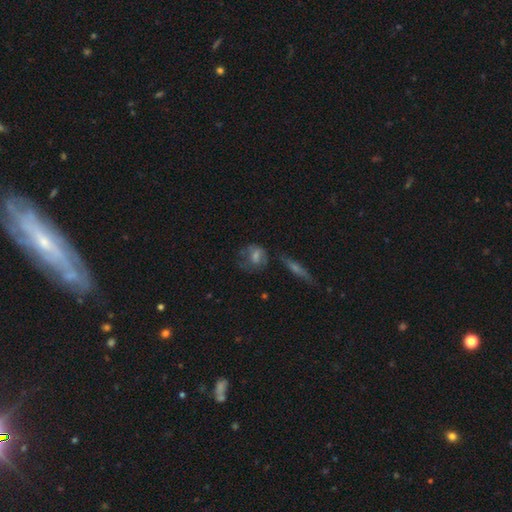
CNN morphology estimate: Smooth or featured? smooth (45%)
Merging? none (58%)